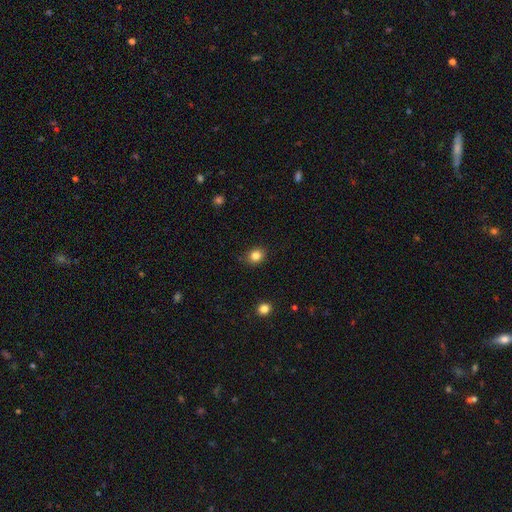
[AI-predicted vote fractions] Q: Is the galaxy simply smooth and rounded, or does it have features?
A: smooth — 83%.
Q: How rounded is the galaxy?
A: round — 66%.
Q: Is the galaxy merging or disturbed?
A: none — 88%.